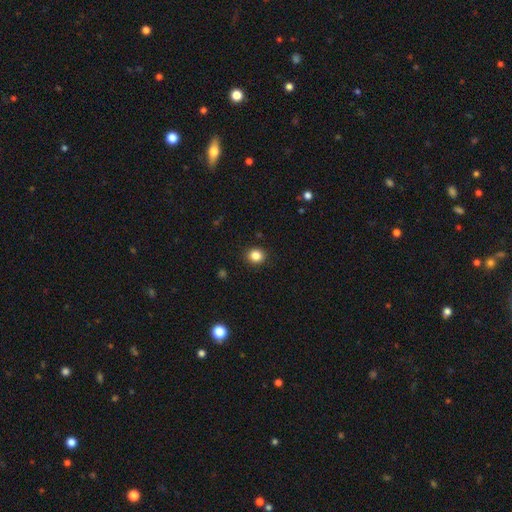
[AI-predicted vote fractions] Morphology: type=smooth (85%); roundness=round (81%); merging=none (91%).